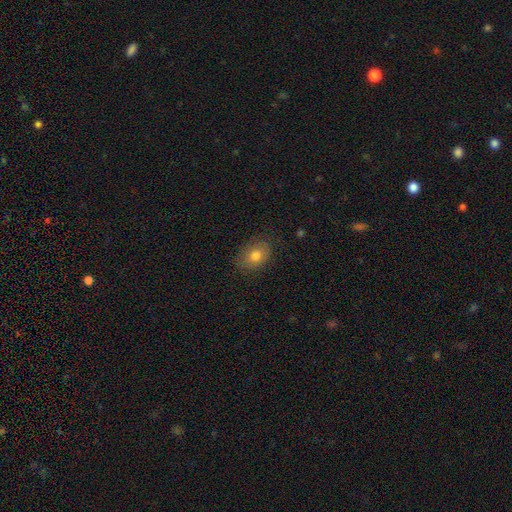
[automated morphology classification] smooth 76%, featured or disk 14%, star or artifact 9%. Down the decision tree: how rounded — in between (68%); merging — none (79%).